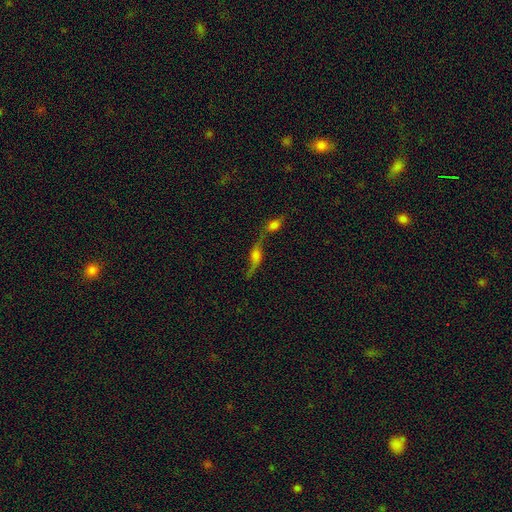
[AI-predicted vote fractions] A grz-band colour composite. It shows a featured or disk galaxy (54%). Merging: merger (55%).